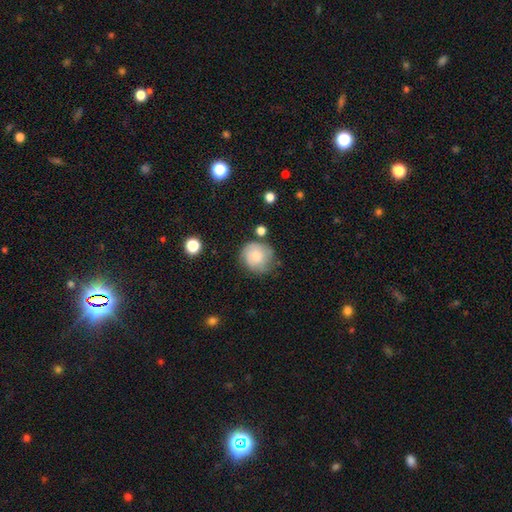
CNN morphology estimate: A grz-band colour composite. It shows a smooth galaxy with no disk features (67%) that is round (88%). Merging: none (66%).